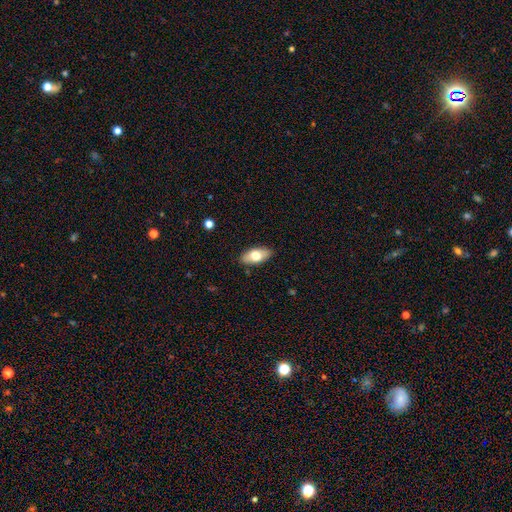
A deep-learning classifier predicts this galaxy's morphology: Overall: smooth (69%). How rounded: in between (90%). Merging: none (88%).